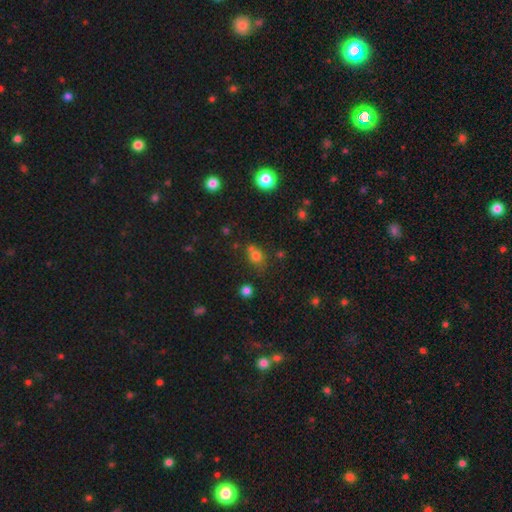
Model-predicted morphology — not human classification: This appears to be a smooth galaxy with no disk features (71%) that is round (76%). Merging: none (54%).